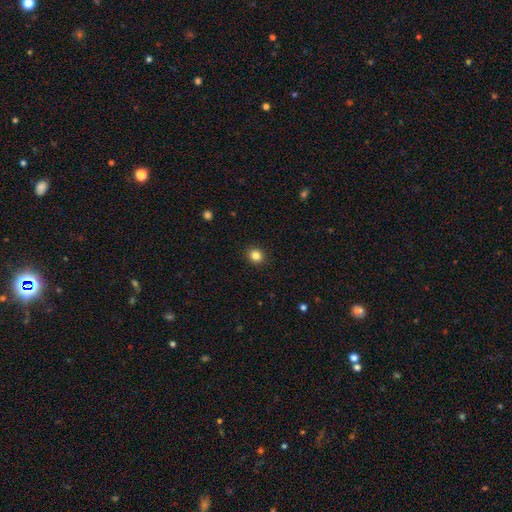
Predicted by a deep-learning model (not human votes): smooth-or-featured: smooth: 84% | star or artifact: 11% | featured or disk: 5%
  how-rounded: round: 76% | in between: 23% | cigar-shaped: 1%
  merging: none: 91% | minor disturbance: 6% | major disturbance: 2% | merger: 1%